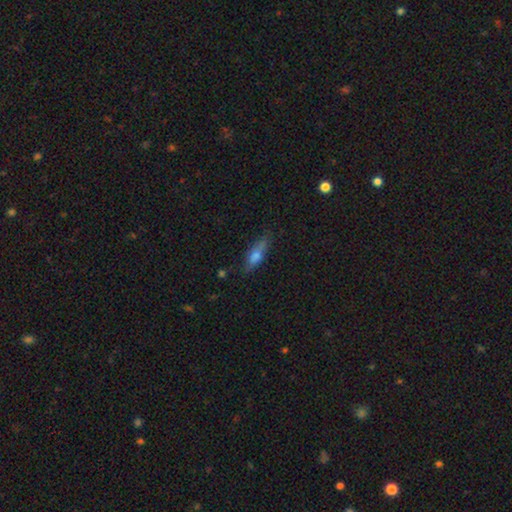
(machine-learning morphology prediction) Q: Smooth or featured?
A: smooth (63%); runner-up: featured or disk (29%)
Q: How rounded?
A: cigar-shaped (56%); runner-up: in between (42%)
Q: Merging?
A: none (74%); runner-up: minor disturbance (20%)